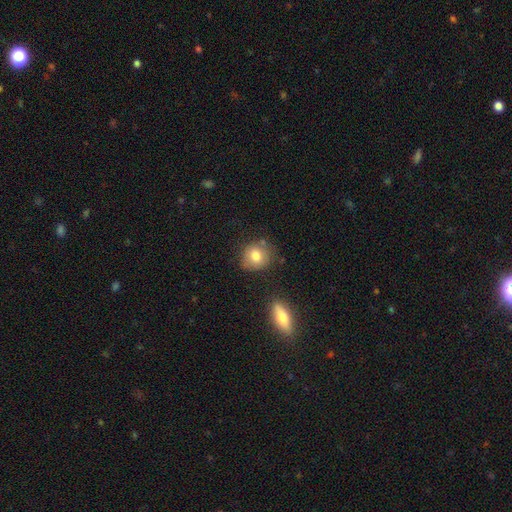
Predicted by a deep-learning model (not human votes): The model was most divided on "merging": none: 71%, minor disturbance: 18%, merger: 6%, major disturbance: 5%. More confident: how rounded — round (78%); smooth or featured — smooth (77%).